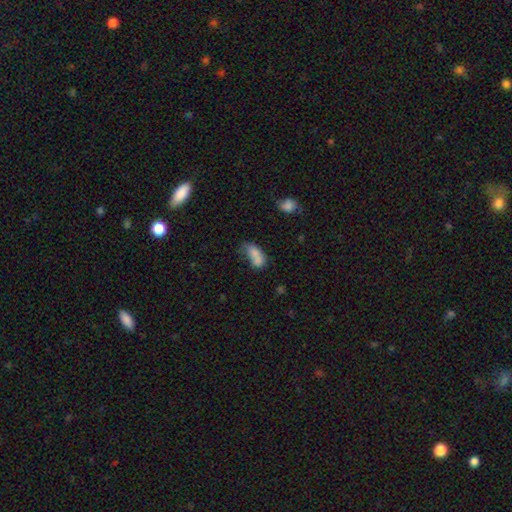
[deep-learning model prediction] Smooth or featured? smooth (75%)
How rounded? in between (87%)
Merging? none (29%)